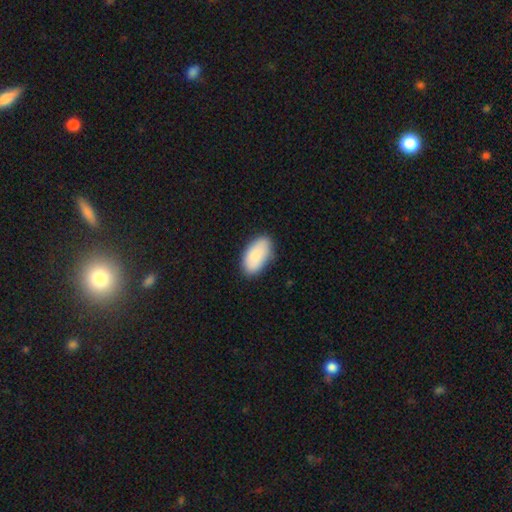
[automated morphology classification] Q: Smooth or featured?
A: smooth (83%); runner-up: featured or disk (11%)
Q: How rounded?
A: in between (95%); runner-up: round (3%)
Q: Merging?
A: none (82%); runner-up: minor disturbance (14%)